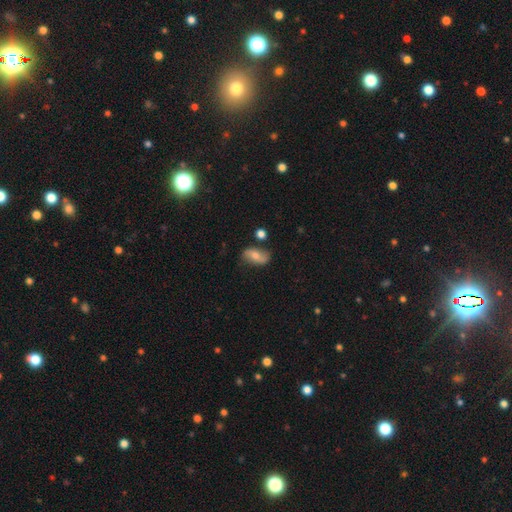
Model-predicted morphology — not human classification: Overall: smooth (47%; featured or disk 44%). Merging: none (70%).